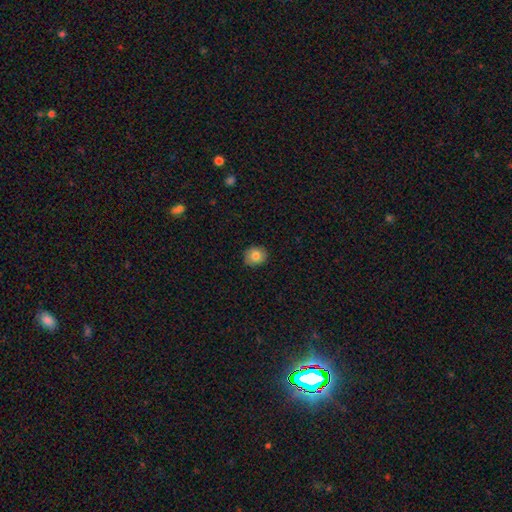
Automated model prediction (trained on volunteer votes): smooth-or-featured: smooth: 81% | featured or disk: 11% | star or artifact: 9%
  how-rounded: round: 78% | in between: 21% | cigar-shaped: 1%
  merging: none: 87% | minor disturbance: 10% | major disturbance: 2% | merger: 1%